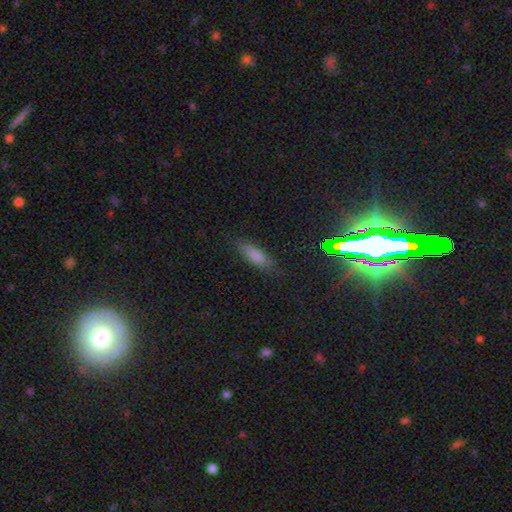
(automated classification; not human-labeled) This is likely a smooth galaxy (77%). How rounded: likely in between (63%). Merging: likely none (78%).